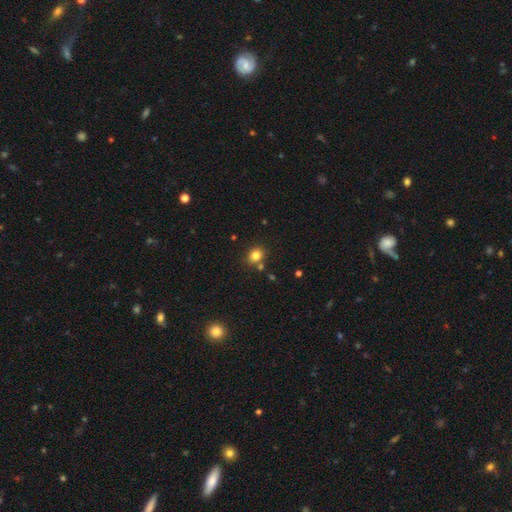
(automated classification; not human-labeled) Overall: smooth (82%). How rounded: round (59%; in between 40%). Merging: none (76%).